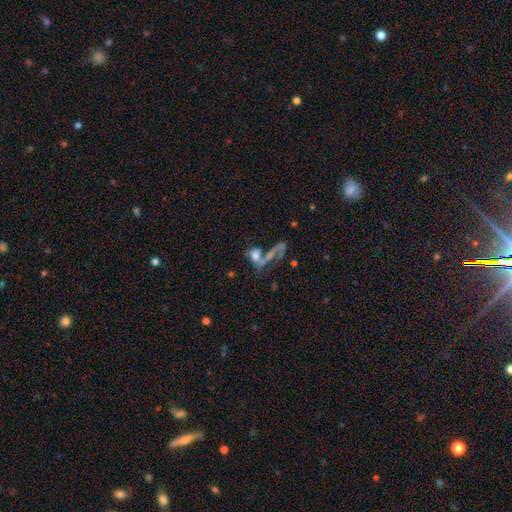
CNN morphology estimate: This appears to be a smooth galaxy with no disk features (51%) that is in between round and cigar-shaped (49%). Merging: merger (47%).